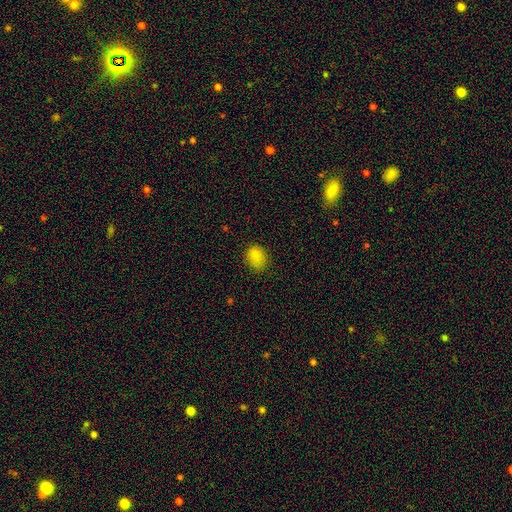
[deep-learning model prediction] Smooth or featured?
  - smooth: 83% *
  - star or artifact: 12%
  - featured or disk: 5%
How rounded?
  - in between: 50% *
  - round: 49%
  - cigar-shaped: 1%
Merging?
  - none: 77% *
  - minor disturbance: 17%
  - major disturbance: 4%
  - merger: 1%